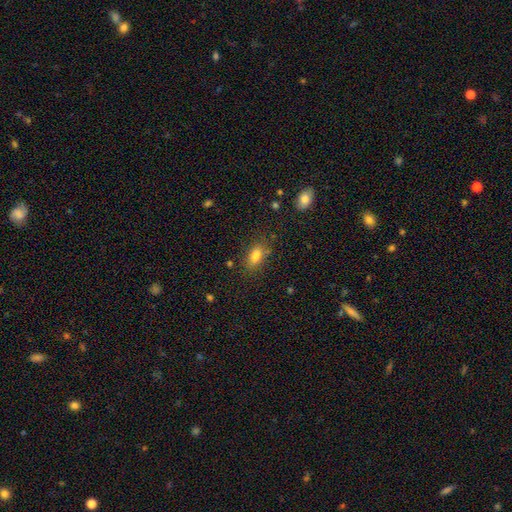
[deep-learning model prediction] This appears to be a smooth galaxy with no disk features (81%) that is in between round and cigar-shaped (85%). Merging: none (79%).